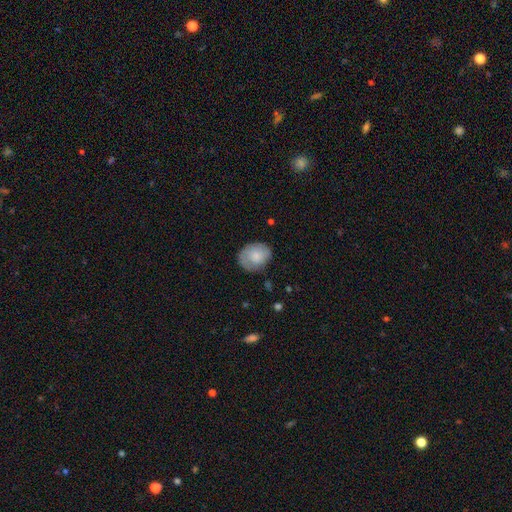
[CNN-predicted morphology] Q: Smooth or featured?
A: smooth (74%); runner-up: featured or disk (19%)
Q: How rounded?
A: in between (52%); runner-up: round (47%)
Q: Merging?
A: none (71%); runner-up: minor disturbance (21%)